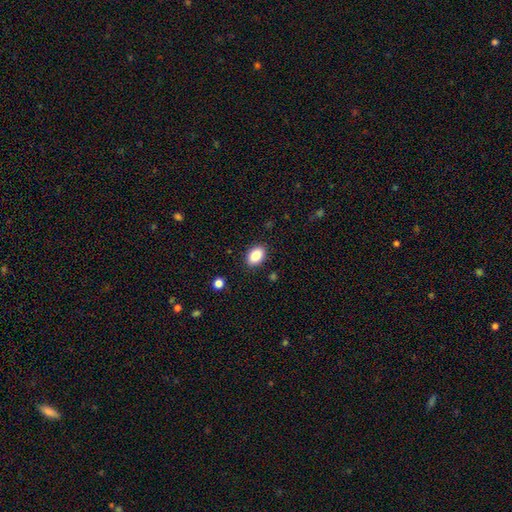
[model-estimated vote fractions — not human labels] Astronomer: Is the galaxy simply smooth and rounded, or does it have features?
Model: smooth — 87%.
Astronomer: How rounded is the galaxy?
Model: in between — 86%.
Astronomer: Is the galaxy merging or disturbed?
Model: none — 88%.